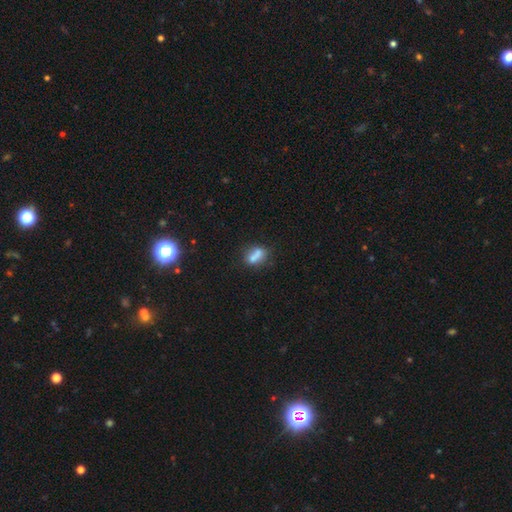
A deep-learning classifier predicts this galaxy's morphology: smooth_or_featured: smooth (p=0.69) [alt: featured or disk p=0.20]
how_rounded: in between (p=0.60) [alt: round p=0.23]
merging: none (p=0.51) [alt: merger p=0.26]